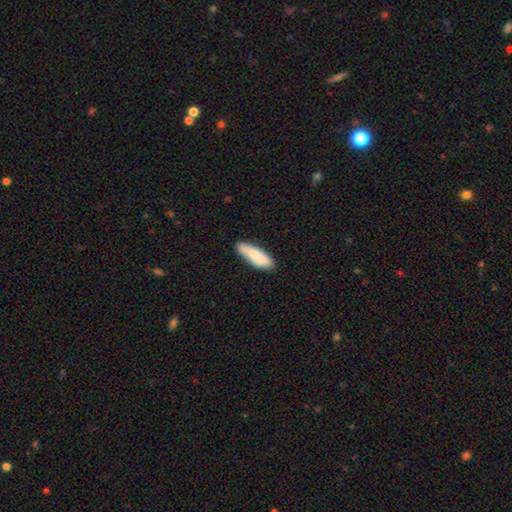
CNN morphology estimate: smooth-or-featured: smooth: 77% | featured or disk: 18% | star or artifact: 6%
  how-rounded: in between: 51% | cigar-shaped: 47% | round: 2%
  merging: none: 82% | minor disturbance: 14% | major disturbance: 2% | merger: 2%